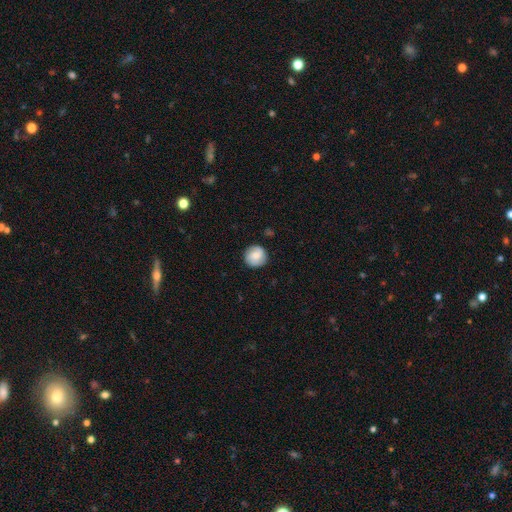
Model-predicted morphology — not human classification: Overall: smooth (62%; featured or disk 30%). How rounded: round (91%). Merging: none (84%).